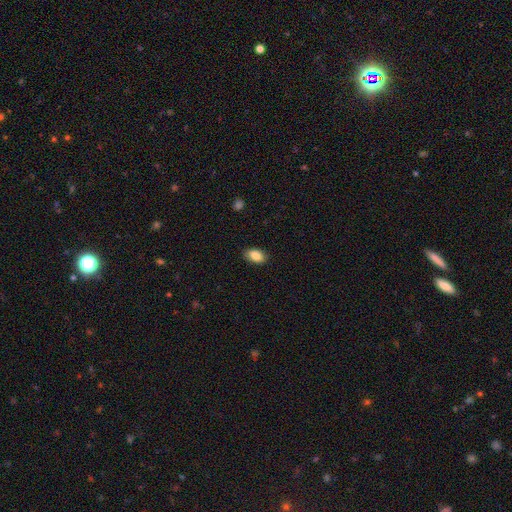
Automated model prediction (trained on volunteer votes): smooth_or_featured: smooth (p=0.88) [alt: star or artifact p=0.07]
how_rounded: in between (p=0.92) [alt: round p=0.06]
merging: none (p=0.86) [alt: minor disturbance p=0.11]